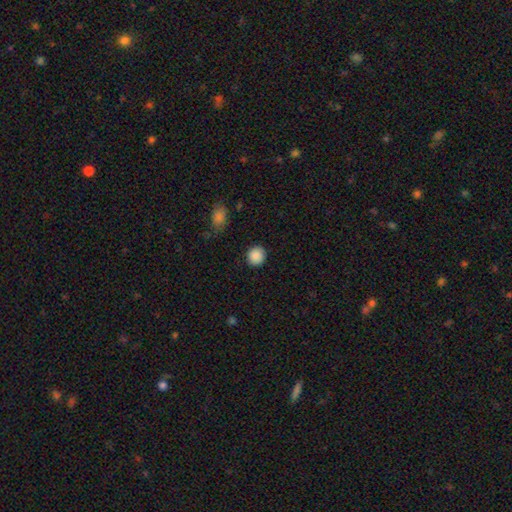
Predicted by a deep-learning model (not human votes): Smooth or featured: smooth — 88% (star or artifact — 9%)
How rounded: round — 90% (in between — 9%)
Merging: none — 89% (minor disturbance — 8%)